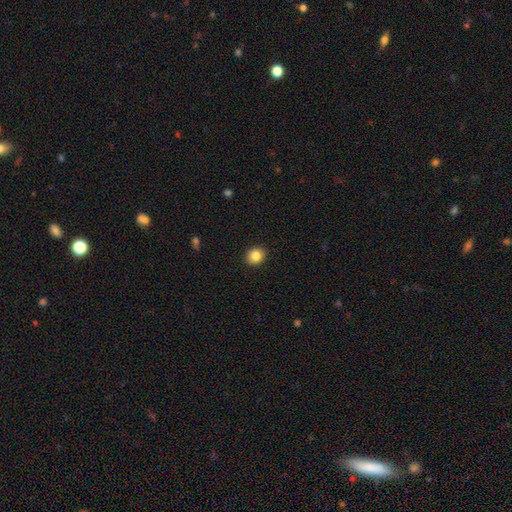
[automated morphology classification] Smooth or featured? Predicted: smooth (p=0.84). How rounded? Predicted: round (p=0.68). Merging? Predicted: none (p=0.91).